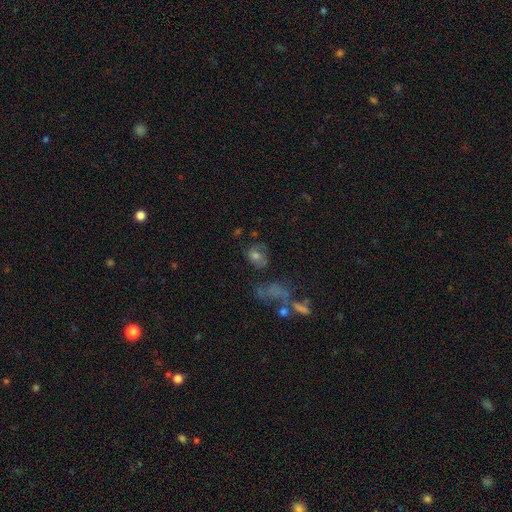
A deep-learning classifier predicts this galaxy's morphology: Smooth or featured? smooth (52%)
How rounded? in between (53%)
Merging? none (49%)